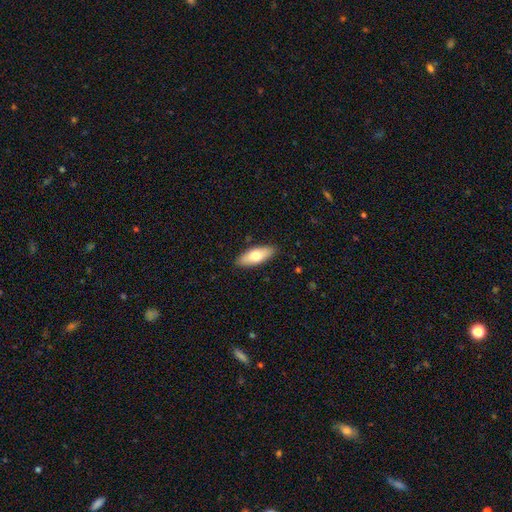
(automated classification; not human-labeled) Overall: smooth (70%). How rounded: in between (74%). Merging: none (88%).